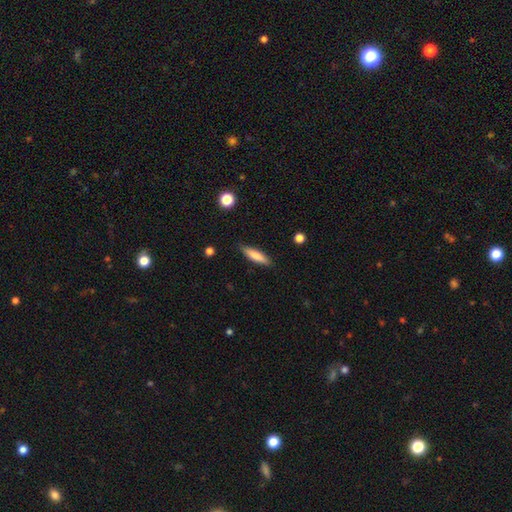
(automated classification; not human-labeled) Overall: smooth (76%). How rounded: cigar-shaped (76%). Merging: none (86%).